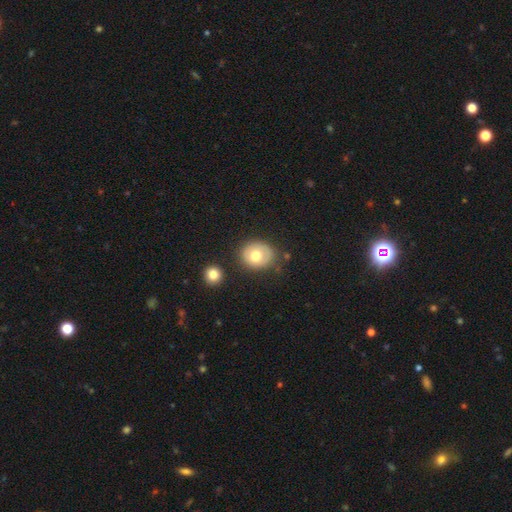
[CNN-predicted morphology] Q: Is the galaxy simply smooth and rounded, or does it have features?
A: smooth — 70%.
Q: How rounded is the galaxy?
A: round — 73%.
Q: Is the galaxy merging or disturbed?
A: none — 77%.